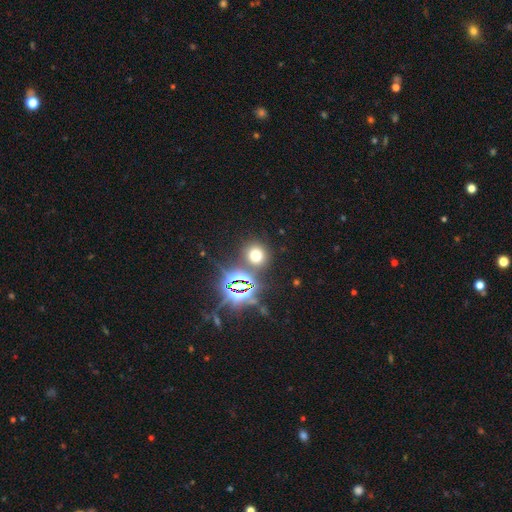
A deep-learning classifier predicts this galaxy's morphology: This appears to be a smooth galaxy with no disk features (60%) that is round (85%). Merging: none (80%).